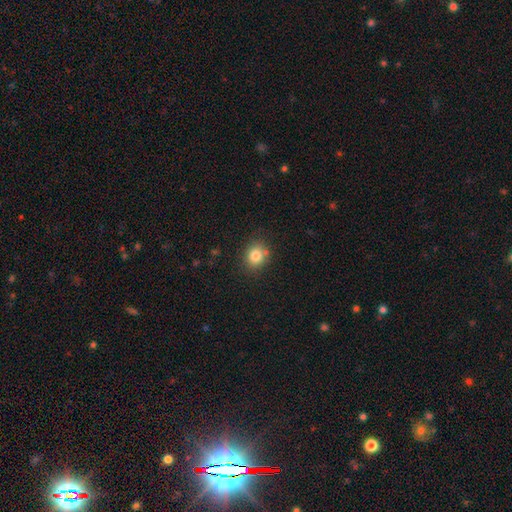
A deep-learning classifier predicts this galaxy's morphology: smooth_or_featured: smooth (p=0.82) [alt: star or artifact p=0.11]
how_rounded: round (p=0.75) [alt: in between p=0.24]
merging: none (p=0.80) [alt: minor disturbance p=0.12]